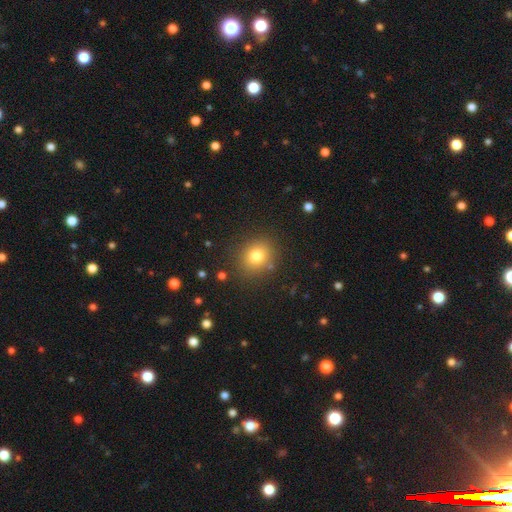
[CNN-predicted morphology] smooth 78%, star or artifact 13%, featured or disk 9%. Down the decision tree: how rounded — round (73%); merging — none (86%).